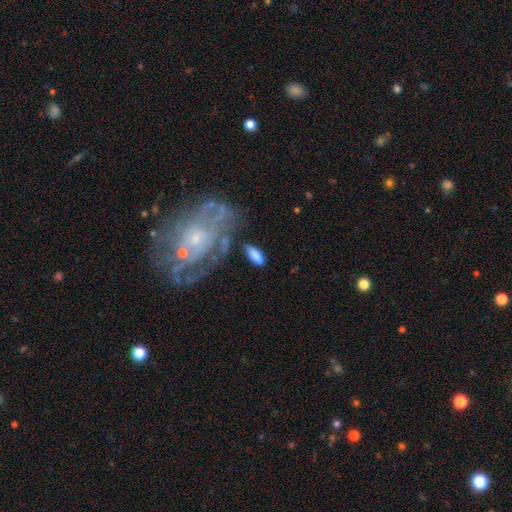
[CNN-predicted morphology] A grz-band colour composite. It shows a smooth galaxy with no disk features (78%) that is in between round and cigar-shaped (73%). Merging: none (70%).